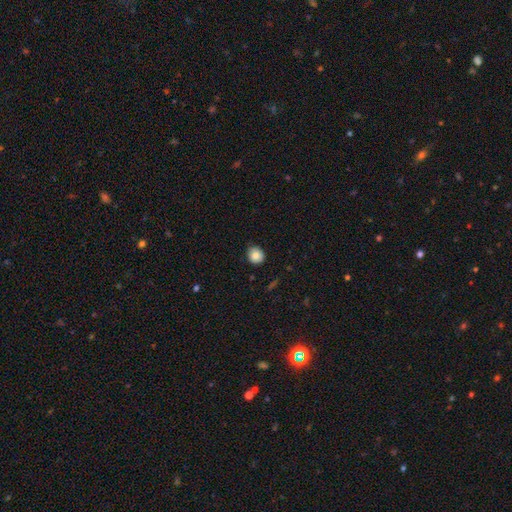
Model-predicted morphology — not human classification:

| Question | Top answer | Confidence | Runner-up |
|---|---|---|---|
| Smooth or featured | smooth | 84% | star or artifact (9%) |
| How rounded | round | 84% | in between (15%) |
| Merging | none | 83% | minor disturbance (14%) |